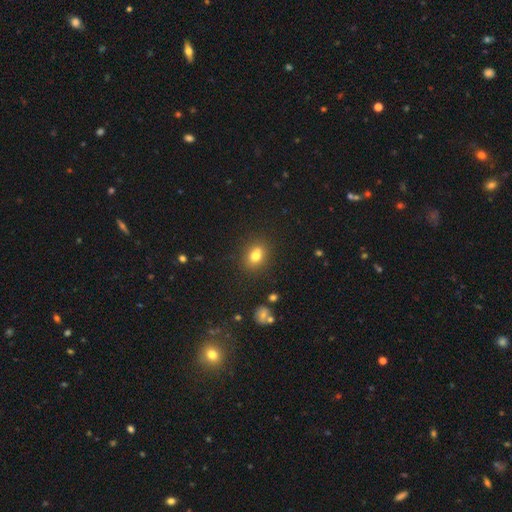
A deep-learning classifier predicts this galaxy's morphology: The model was most divided on "how rounded": in between: 58%, round: 41%, cigar-shaped: 2%. More confident: merging — none (79%); smooth or featured — smooth (77%).